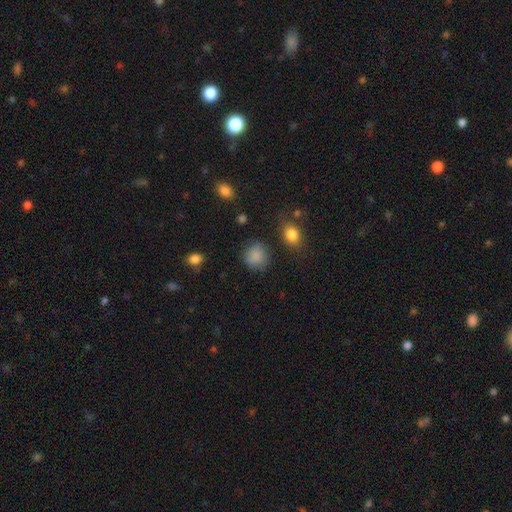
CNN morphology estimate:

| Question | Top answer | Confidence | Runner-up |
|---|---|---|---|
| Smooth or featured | smooth | 83% | star or artifact (10%) |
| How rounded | round | 83% | in between (16%) |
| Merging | none | 75% | minor disturbance (17%) |